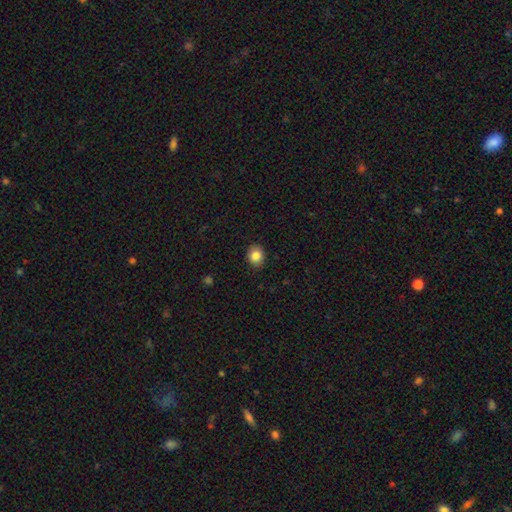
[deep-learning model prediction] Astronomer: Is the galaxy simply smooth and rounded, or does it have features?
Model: smooth — 85%.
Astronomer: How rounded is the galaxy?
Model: round — 66%.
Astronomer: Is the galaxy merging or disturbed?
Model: none — 90%.